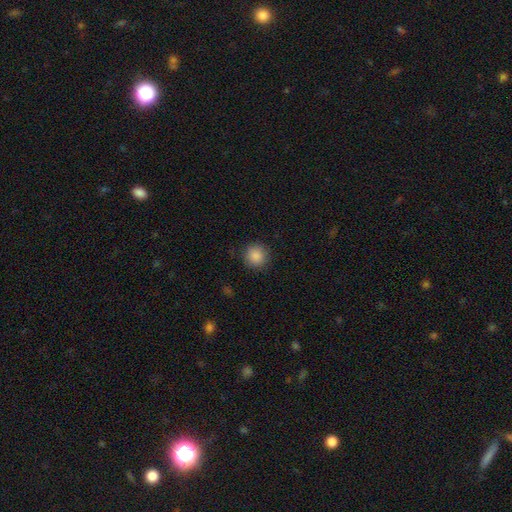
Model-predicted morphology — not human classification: Overall: smooth (87%). How rounded: round (93%). Merging: none (89%).